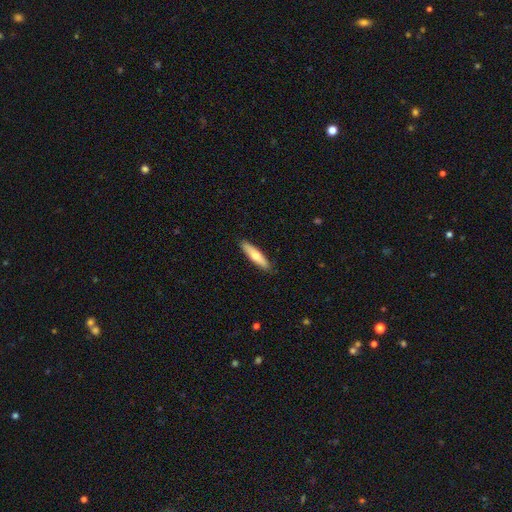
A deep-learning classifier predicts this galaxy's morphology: This appears to be a smooth galaxy with no disk features (64%) that is cigar-shaped (75%). Merging: none (89%).